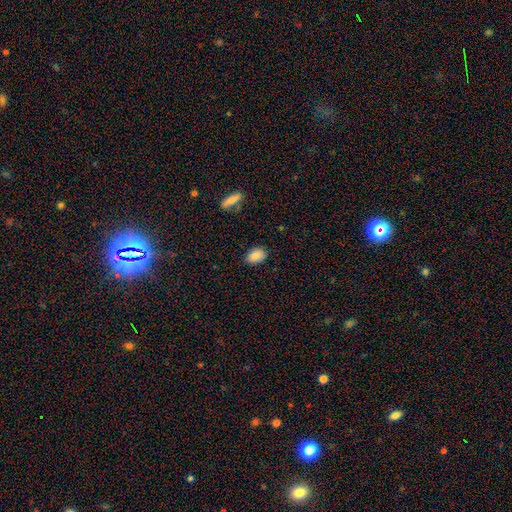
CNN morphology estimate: smooth-or-featured: smooth: 86% | star or artifact: 8% | featured or disk: 6%
  how-rounded: in between: 86% | round: 13% | cigar-shaped: 1%
  merging: none: 83% | minor disturbance: 13% | major disturbance: 2% | merger: 1%